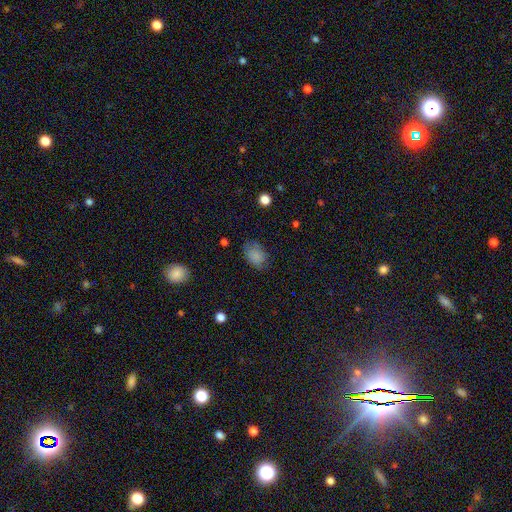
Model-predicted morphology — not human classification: type=smooth (81%); roundness=in between (79%); merging=none (71%).